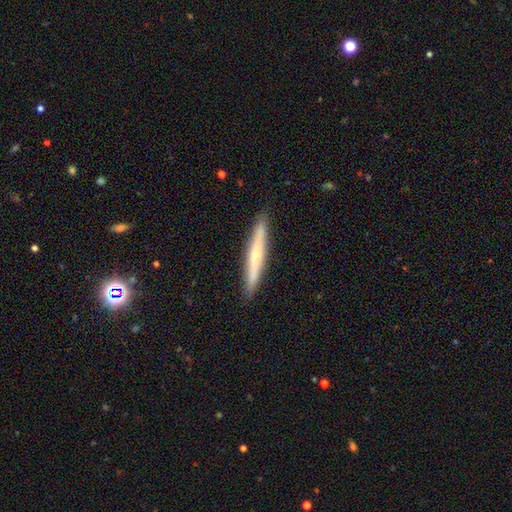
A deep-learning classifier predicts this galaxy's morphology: type=featured or disk (51%); edge-on=yes (93%); merging=none (91%).